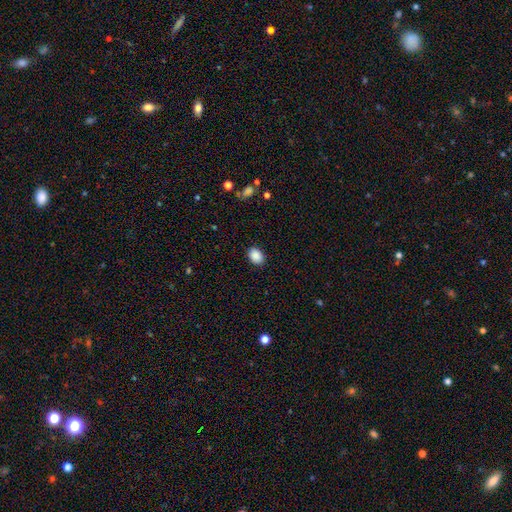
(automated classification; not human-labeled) Overall: smooth (89%). How rounded: in between (71%). Merging: none (89%).